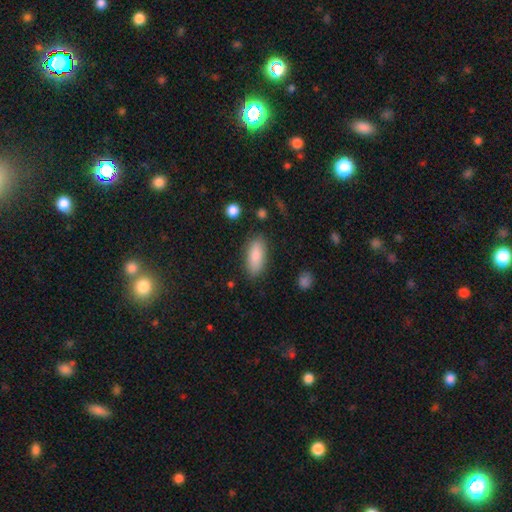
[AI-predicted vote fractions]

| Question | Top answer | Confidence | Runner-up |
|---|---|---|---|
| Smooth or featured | smooth | 85% | featured or disk (9%) |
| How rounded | in between | 81% | cigar-shaped (17%) |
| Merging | none | 83% | minor disturbance (12%) |